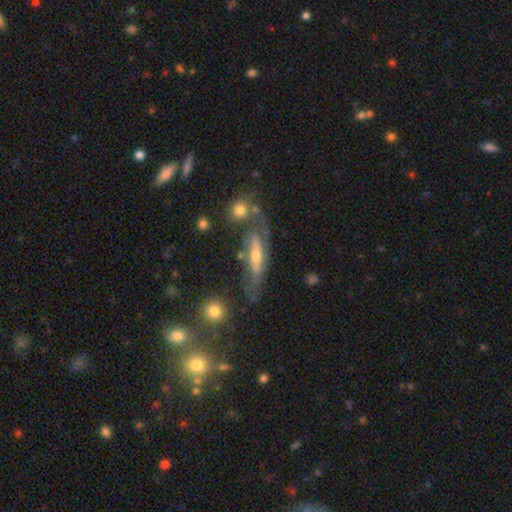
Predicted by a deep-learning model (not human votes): This appears to be a featured or disk galaxy (70%). Merging: none (48%).